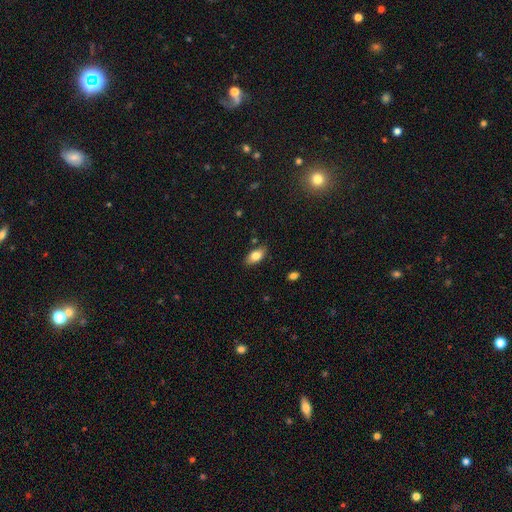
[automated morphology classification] Q: Smooth or featured?
A: smooth (78%); runner-up: featured or disk (14%)
Q: How rounded?
A: in between (89%); runner-up: cigar-shaped (7%)
Q: Merging?
A: none (84%); runner-up: minor disturbance (12%)